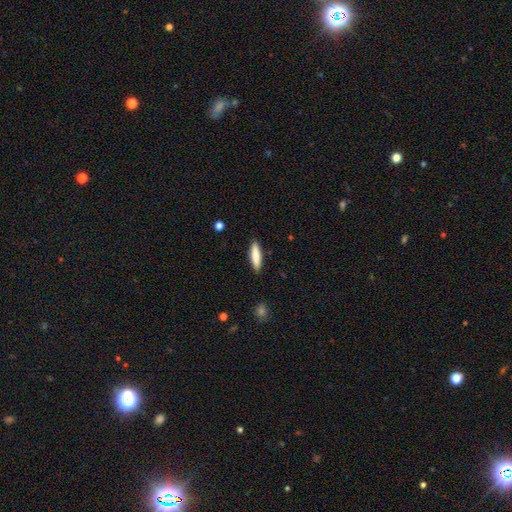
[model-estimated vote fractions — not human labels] Smooth or featured: smooth — 81% (featured or disk — 13%)
How rounded: cigar-shaped — 76% (in between — 23%)
Merging: none — 90% (minor disturbance — 7%)